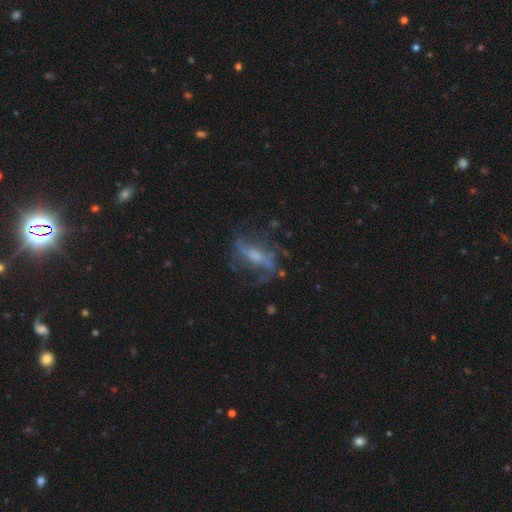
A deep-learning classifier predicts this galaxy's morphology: Q: Smooth or featured?
A: featured or disk (73%); runner-up: smooth (17%)
Q: Edge-on disk?
A: no (86%); runner-up: yes (14%)
Q: Bar?
A: weak (38%); runner-up: no (33%)
Q: Spiral arms?
A: yes (77%); runner-up: no (23%)
Q: Bulge size?
A: moderate (39%); runner-up: small (33%)
Q: Merging?
A: none (56%); runner-up: major disturbance (22%)